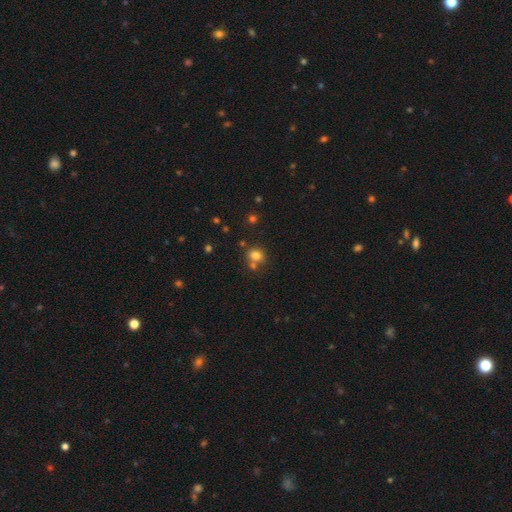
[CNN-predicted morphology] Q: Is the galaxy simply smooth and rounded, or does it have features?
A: smooth — 79%.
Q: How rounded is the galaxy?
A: round — 70%.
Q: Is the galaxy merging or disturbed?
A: none — 61%.